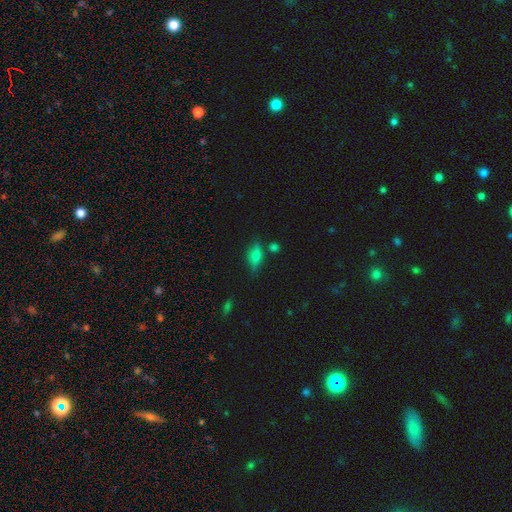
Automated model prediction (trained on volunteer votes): Overall: smooth (61%; featured or disk 27%). How rounded: in between (69%). Merging: none (70%).